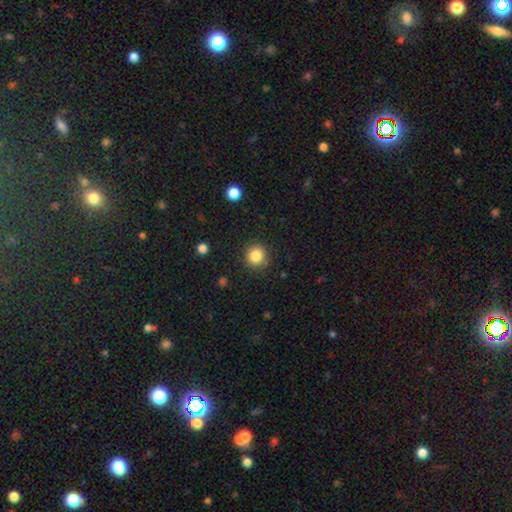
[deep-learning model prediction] Smooth or featured?
  - smooth: 84% *
  - star or artifact: 11%
  - featured or disk: 5%
How rounded?
  - round: 91% *
  - in between: 8%
  - cigar-shaped: 1%
Merging?
  - none: 88% *
  - minor disturbance: 8%
  - major disturbance: 3%
  - merger: 1%